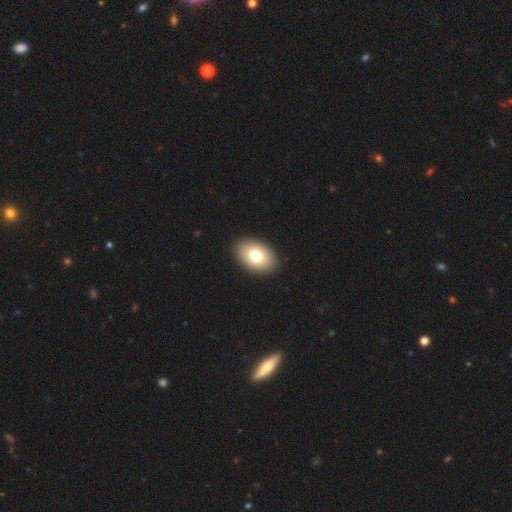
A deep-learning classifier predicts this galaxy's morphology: This is likely a smooth galaxy (77%). How rounded: clearly in between (88%). Merging: clearly none (91%).